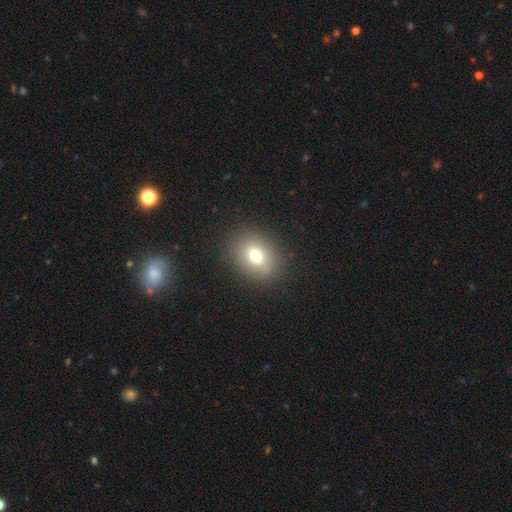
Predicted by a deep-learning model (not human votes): A smooth galaxy with no disk features (71%) that is in between round and cigar-shaped (53%). Merging: none (88%).